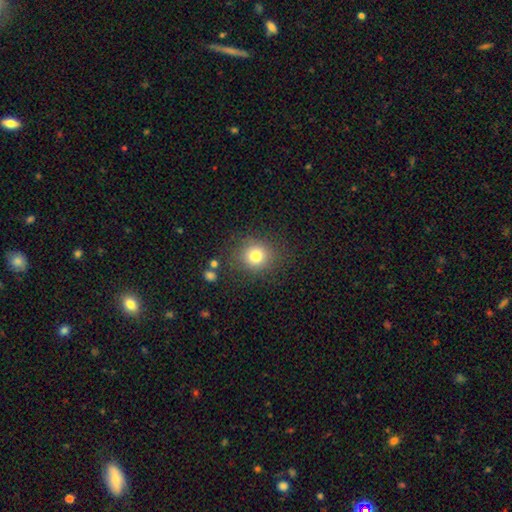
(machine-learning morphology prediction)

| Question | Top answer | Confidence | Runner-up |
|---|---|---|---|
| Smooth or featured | smooth | 78% | star or artifact (13%) |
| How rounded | round | 86% | in between (13%) |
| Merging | none | 82% | minor disturbance (11%) |